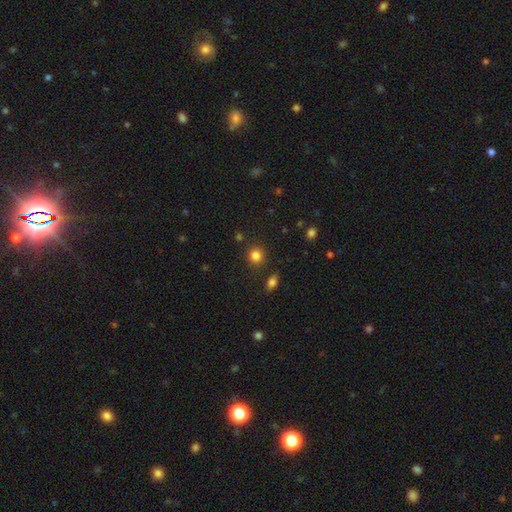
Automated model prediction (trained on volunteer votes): Morphology: type=smooth (83%); roundness=round (87%); merging=none (86%).